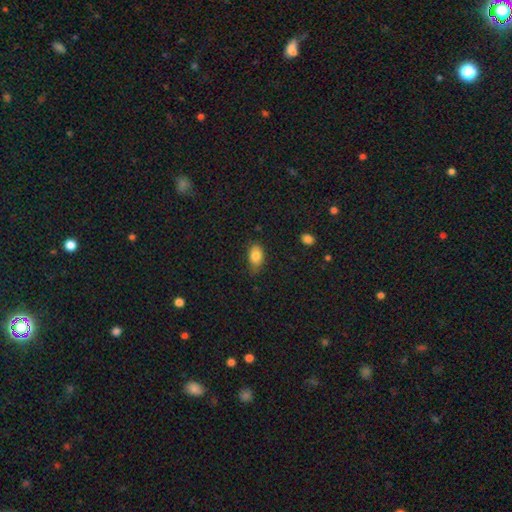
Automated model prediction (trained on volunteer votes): Morphology: type=smooth (84%); roundness=in between (86%); merging=none (67%).